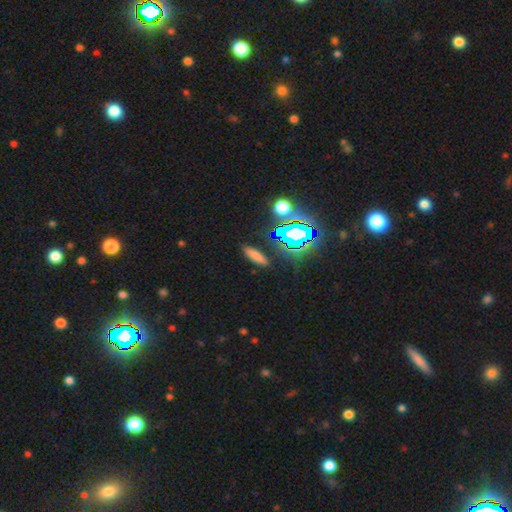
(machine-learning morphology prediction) Overall: smooth (68%). How rounded: cigar-shaped (53%; in between 42%). Merging: none (87%).